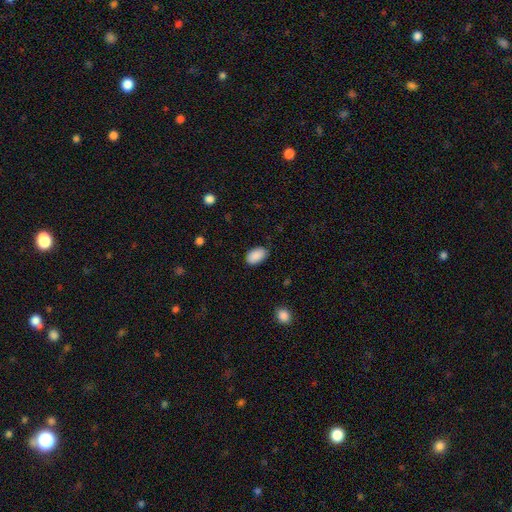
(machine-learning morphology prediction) The model was most divided on "merging": none: 80%, minor disturbance: 16%, major disturbance: 3%, merger: 1%. More confident: how rounded — in between (93%); smooth or featured — smooth (89%).